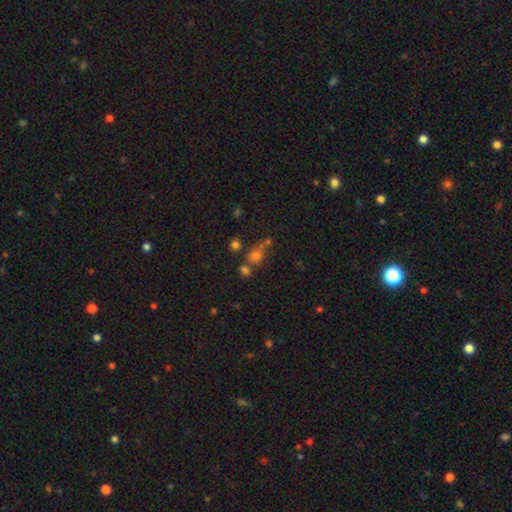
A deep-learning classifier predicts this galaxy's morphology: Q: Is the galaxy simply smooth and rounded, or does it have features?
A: smooth — 64%.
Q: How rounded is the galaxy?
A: round — 72%.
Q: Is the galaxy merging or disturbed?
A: none — 49%.